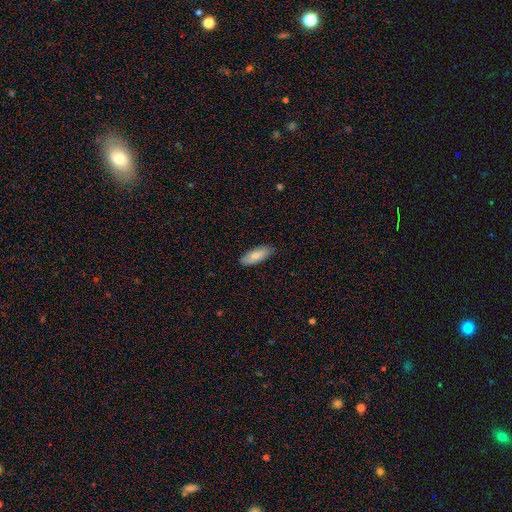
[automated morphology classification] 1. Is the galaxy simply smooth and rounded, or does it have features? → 79% smooth, 15% featured or disk, 6% star or artifact.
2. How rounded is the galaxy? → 75% in between, 23% cigar-shaped, 2% round.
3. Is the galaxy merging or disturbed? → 87% none, 10% minor disturbance, 2% major disturbance, 1% merger.